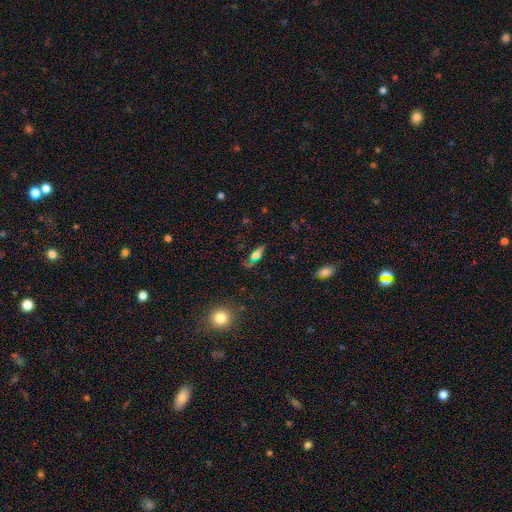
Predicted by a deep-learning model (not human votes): This is possibly a smooth galaxy (46%). Merging: likely none (64%).